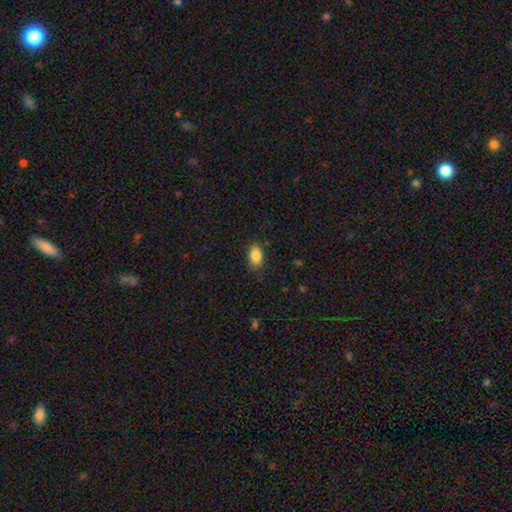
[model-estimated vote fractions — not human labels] Smooth or featured: smooth — 86% (star or artifact — 8%)
How rounded: in between — 89% (round — 9%)
Merging: none — 80% (minor disturbance — 15%)